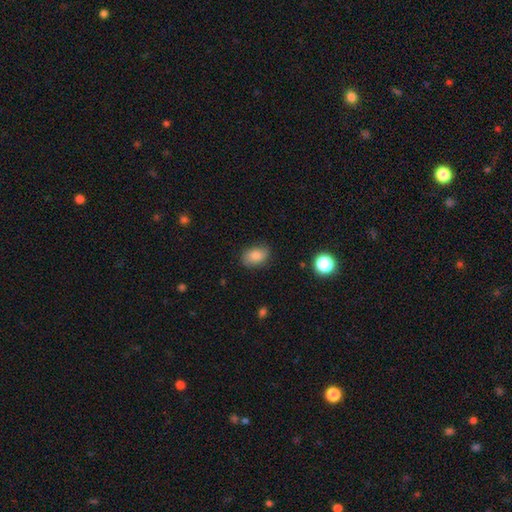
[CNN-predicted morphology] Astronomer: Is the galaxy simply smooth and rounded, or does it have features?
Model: smooth — 83%.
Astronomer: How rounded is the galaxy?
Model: in between — 82%.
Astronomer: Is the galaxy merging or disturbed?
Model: none — 81%.